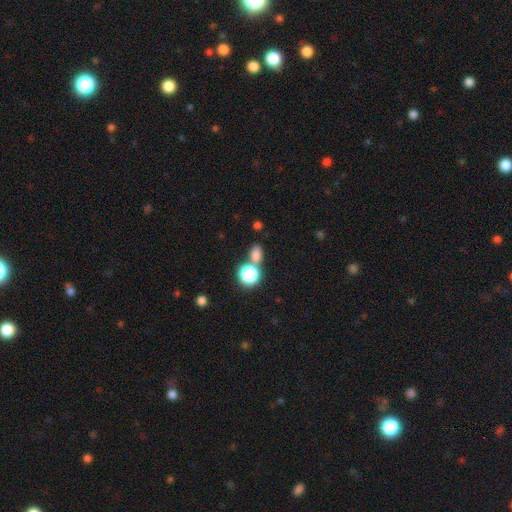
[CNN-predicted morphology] Smooth or featured? Predicted: smooth (p=0.71). How rounded? Predicted: in between (p=0.58). Merging? Predicted: none (p=0.63).